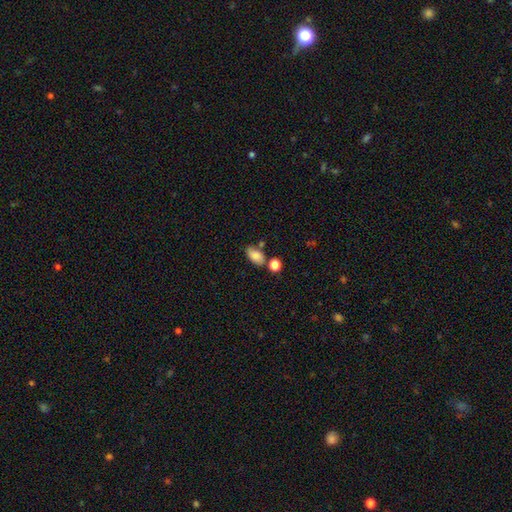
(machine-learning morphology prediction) The model was most divided on "merging": none: 59%, minor disturbance: 19%, merger: 17%, major disturbance: 6%. More confident: how rounded — in between (89%); smooth or featured — smooth (83%).